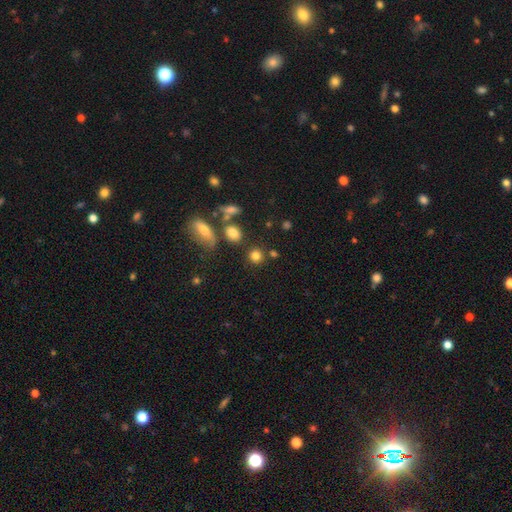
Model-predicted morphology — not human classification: A smooth galaxy with no disk features (81%) that is round (83%). Merging: none (77%).